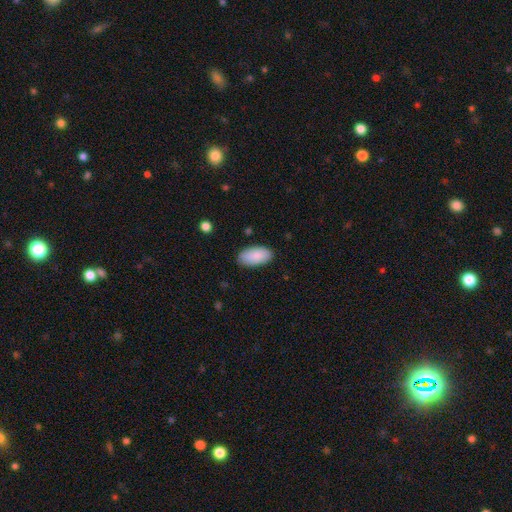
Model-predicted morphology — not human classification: Smooth or featured? smooth (88%)
How rounded? in between (95%)
Merging? none (85%)